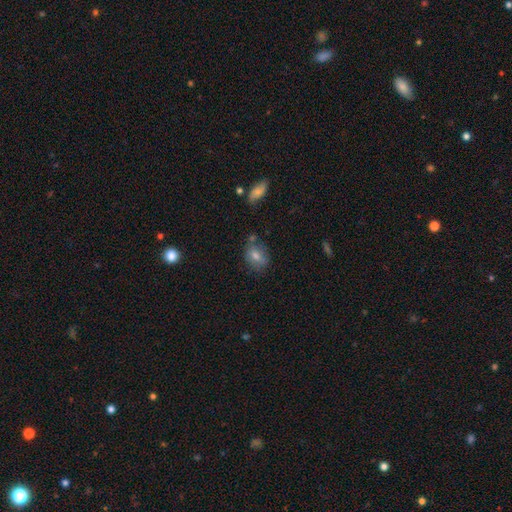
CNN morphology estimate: Smooth or featured? smooth (69%)
How rounded? in between (60%)
Merging? none (71%)